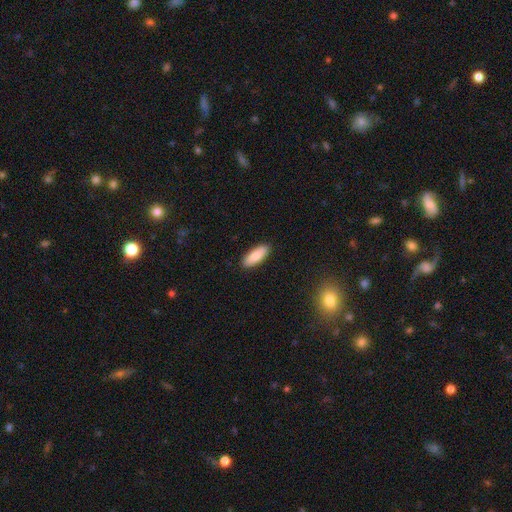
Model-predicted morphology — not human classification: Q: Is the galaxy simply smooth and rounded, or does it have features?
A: smooth — 84%.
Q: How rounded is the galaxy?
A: in between — 70%.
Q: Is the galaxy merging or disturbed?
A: none — 90%.